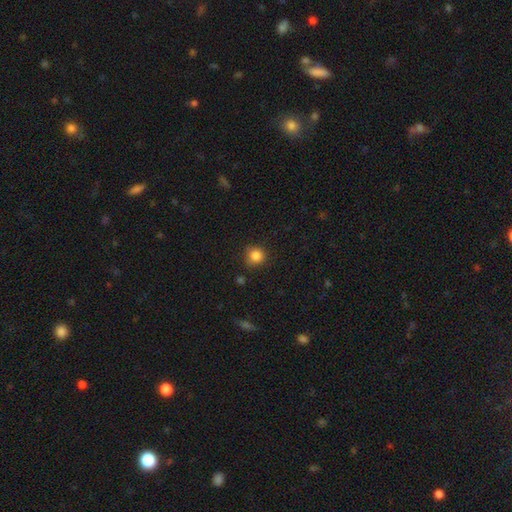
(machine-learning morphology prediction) smooth 85%, star or artifact 11%, featured or disk 4%. Down the decision tree: how rounded — round (90%); merging — none (80%).